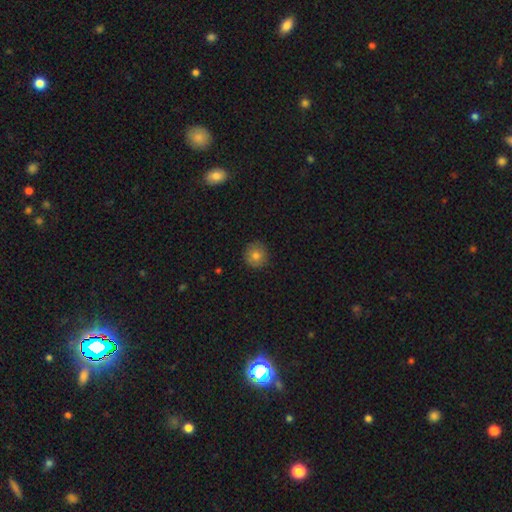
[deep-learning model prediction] A smooth galaxy with no disk features (80%) that is round (94%).

Vote fractions:
- Smooth or featured? smooth: 80% / star or artifact: 10% / featured or disk: 10%
- How rounded? round: 94% / in between: 5% / cigar-shaped: 1%
- Merging? none: 89% / minor disturbance: 8% / major disturbance: 2% / merger: 1%